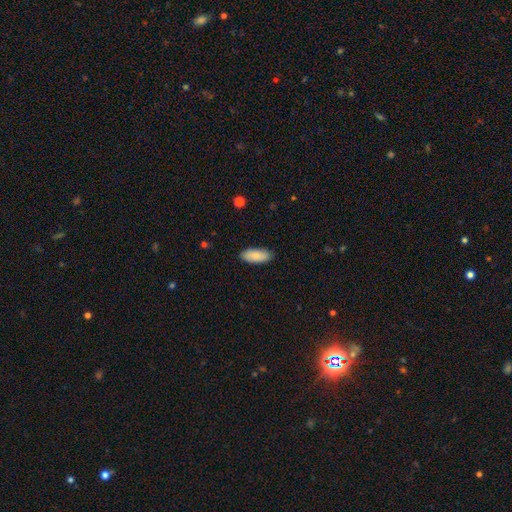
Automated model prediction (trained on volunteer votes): Smooth or featured: smooth — 86% (featured or disk — 8%)
How rounded: in between — 83% (cigar-shaped — 15%)
Merging: none — 87% (minor disturbance — 10%)